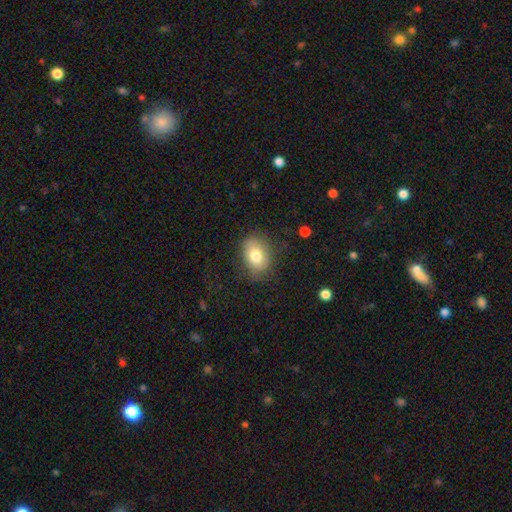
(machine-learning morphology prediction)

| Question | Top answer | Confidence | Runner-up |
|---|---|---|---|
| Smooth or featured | smooth | 77% | featured or disk (15%) |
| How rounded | in between | 70% | round (29%) |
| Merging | none | 74% | minor disturbance (18%) |